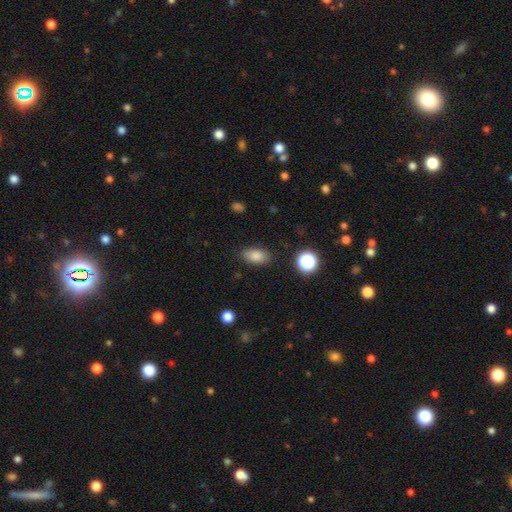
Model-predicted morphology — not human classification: This is clearly a smooth galaxy (83%). How rounded: clearly in between (87%). Merging: clearly none (84%).